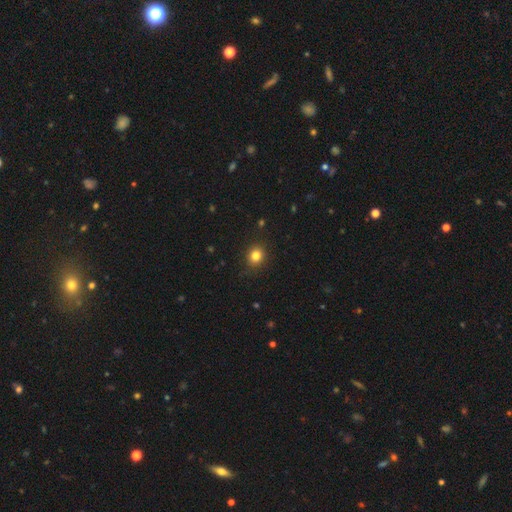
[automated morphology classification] Smooth or featured? smooth (82%)
How rounded? round (75%)
Merging? none (89%)